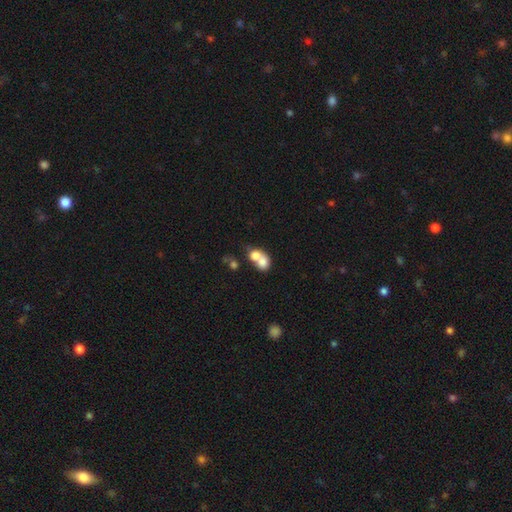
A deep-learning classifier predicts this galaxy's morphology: smooth-or-featured: smooth: 72% | featured or disk: 19% | star or artifact: 9%
  how-rounded: round: 60% | in between: 39% | cigar-shaped: 1%
  merging: merger: 72% | none: 19% | minor disturbance: 5% | major disturbance: 4%